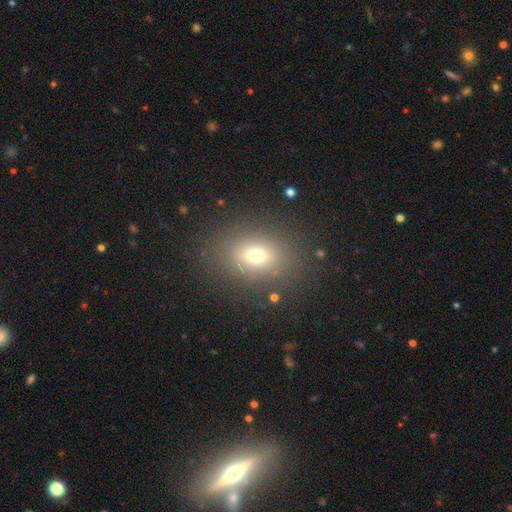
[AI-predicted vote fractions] A smooth galaxy with no disk features (68%) that is in between round and cigar-shaped (56%).

Vote fractions:
- Smooth or featured? smooth: 68% / star or artifact: 17% / featured or disk: 14%
- How rounded? in between: 56% / round: 42% / cigar-shaped: 2%
- Merging? none: 83% / minor disturbance: 10% / major disturbance: 6% / merger: 2%